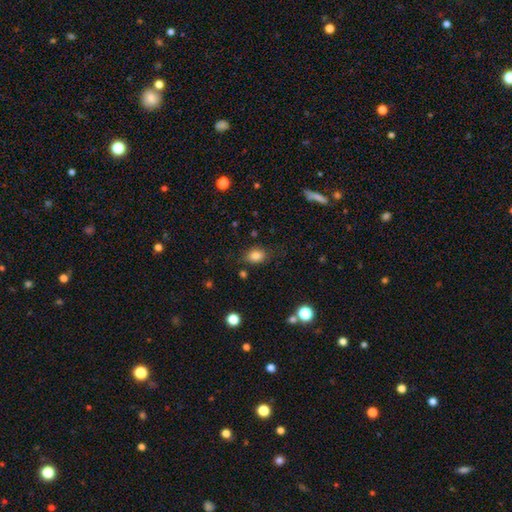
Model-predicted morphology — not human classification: Smooth or featured?
  - smooth: 83% *
  - star or artifact: 10%
  - featured or disk: 6%
How rounded?
  - in between: 68% *
  - round: 31%
  - cigar-shaped: 1%
Merging?
  - none: 78% *
  - minor disturbance: 15%
  - major disturbance: 5%
  - merger: 2%